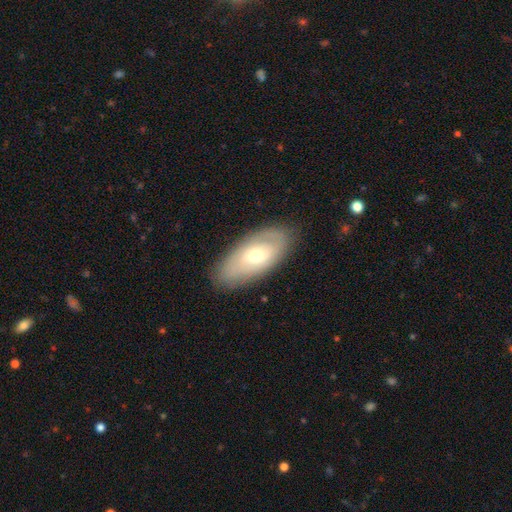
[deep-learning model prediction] A featured or disk galaxy (51%).

Vote fractions:
- Smooth or featured? featured or disk: 51% / smooth: 42% / star or artifact: 7%
- Edge-on disk? no: 85% / yes: 15%
- Merging? none: 83% / minor disturbance: 12% / major disturbance: 3% / merger: 1%